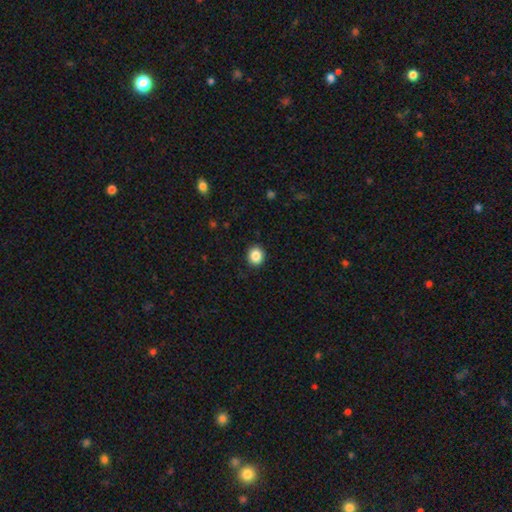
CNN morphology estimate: This is clearly a smooth galaxy (86%). How rounded: likely round (77%). Merging: clearly none (91%).